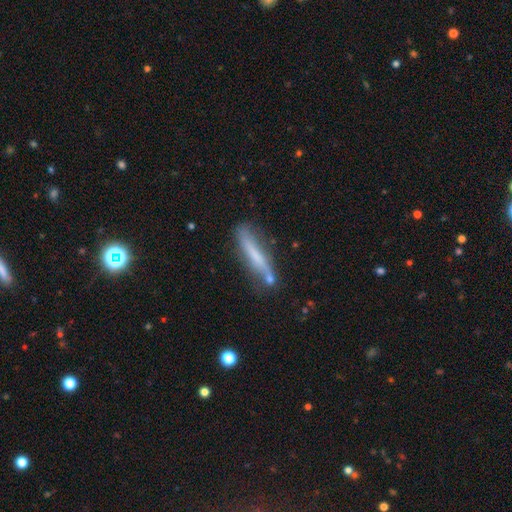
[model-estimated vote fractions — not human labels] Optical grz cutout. It shows a smooth galaxy with no disk features (51%) that is cigar-shaped (90%). Merging: none (65%).